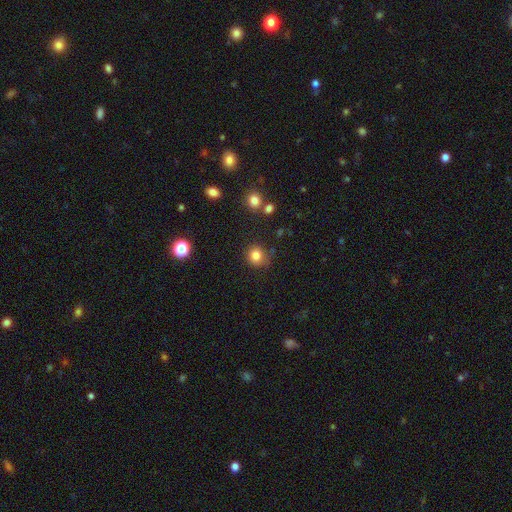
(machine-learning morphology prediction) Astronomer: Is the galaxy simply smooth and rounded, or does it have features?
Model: smooth — 83%.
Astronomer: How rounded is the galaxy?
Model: round — 89%.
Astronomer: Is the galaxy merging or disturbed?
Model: none — 80%.